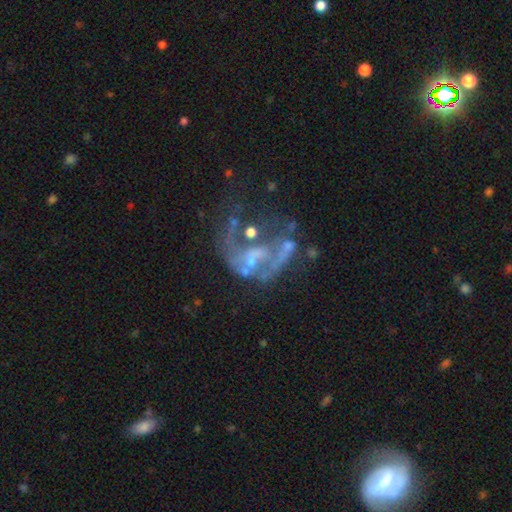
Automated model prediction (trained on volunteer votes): Smooth or featured?
  - featured or disk: 71% *
  - star or artifact: 15%
  - smooth: 13%
Edge-on disk?
  - no: 98% *
  - yes: 2%
Bar?
  - no: 70% *
  - weak: 22%
  - strong: 8%
Spiral arms?
  - no: 61% *
  - yes: 39%
Bulge size?
  - none: 47% *
  - small: 32%
  - moderate: 17%
  - large: 2%
  - dominant: 1%
Merging?
  - major disturbance: 43% *
  - none: 25%
  - merger: 19%
  - minor disturbance: 13%